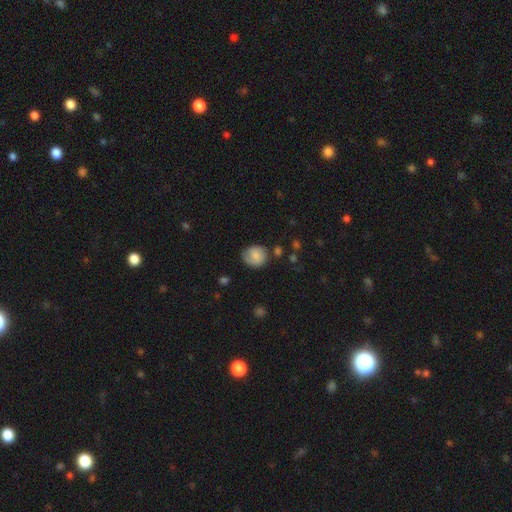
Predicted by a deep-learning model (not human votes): Smooth or featured: smooth — 74% (featured or disk — 18%)
How rounded: round — 76% (in between — 23%)
Merging: none — 68% (minor disturbance — 23%)